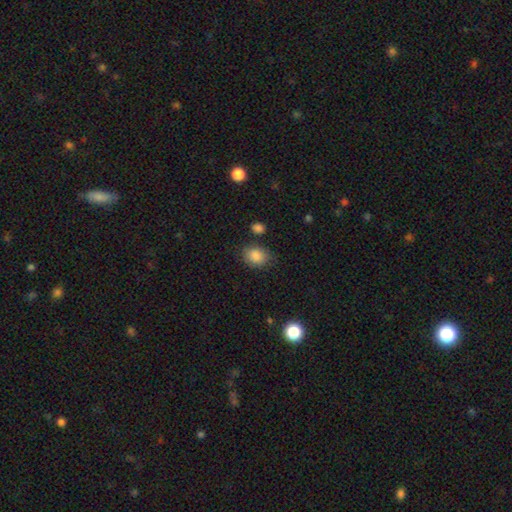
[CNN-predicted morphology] A smooth galaxy with no disk features (87%) that is in between round and cigar-shaped (59%).

Vote fractions:
- Smooth or featured? smooth: 87% / star or artifact: 9% / featured or disk: 5%
- How rounded? in between: 59% / round: 40% / cigar-shaped: 1%
- Merging? none: 73% / minor disturbance: 18% / major disturbance: 5% / merger: 4%